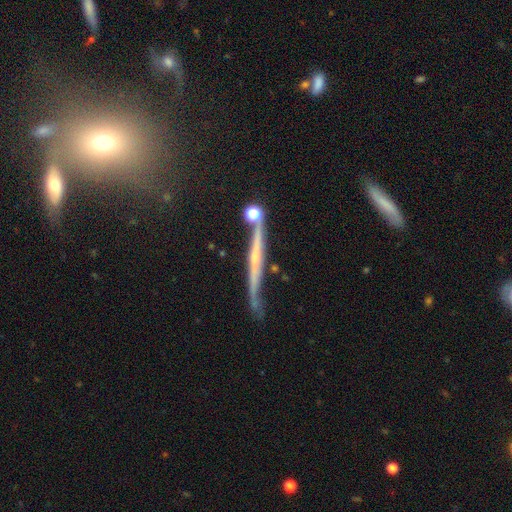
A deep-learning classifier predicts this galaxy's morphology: Overall: featured or disk (67%). Edge-on disk: yes (93%). Edge-on bulge: none (56%; rounded 34%). Merging: none (64%).